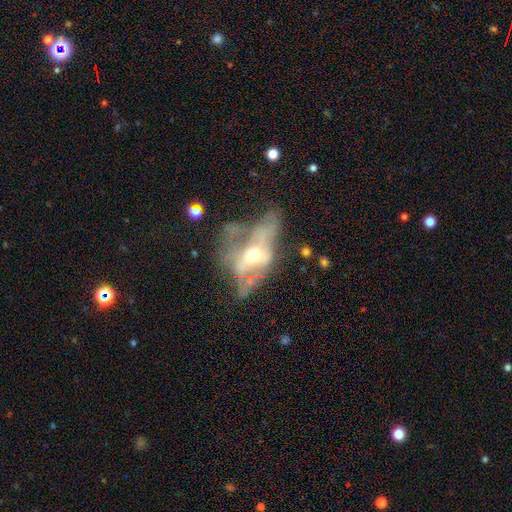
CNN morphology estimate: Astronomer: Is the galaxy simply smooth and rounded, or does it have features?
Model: featured or disk — 70%.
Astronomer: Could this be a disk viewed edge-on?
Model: no — 86%.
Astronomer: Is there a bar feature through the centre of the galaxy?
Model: no — 68%.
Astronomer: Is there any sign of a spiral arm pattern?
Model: no — 72%.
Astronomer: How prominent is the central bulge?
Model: moderate — 65%.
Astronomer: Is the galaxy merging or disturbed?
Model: major disturbance — 43% (runner-up: none, 25%).